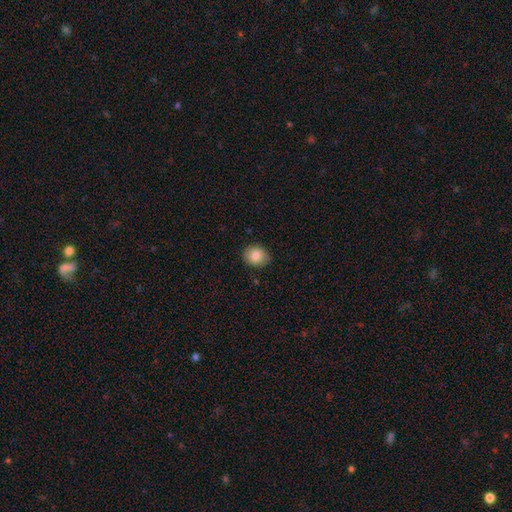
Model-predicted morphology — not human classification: smooth-or-featured: smooth: 85% | star or artifact: 8% | featured or disk: 7%
  how-rounded: round: 58% | in between: 41% | cigar-shaped: 1%
  merging: none: 86% | minor disturbance: 11% | major disturbance: 2% | merger: 1%